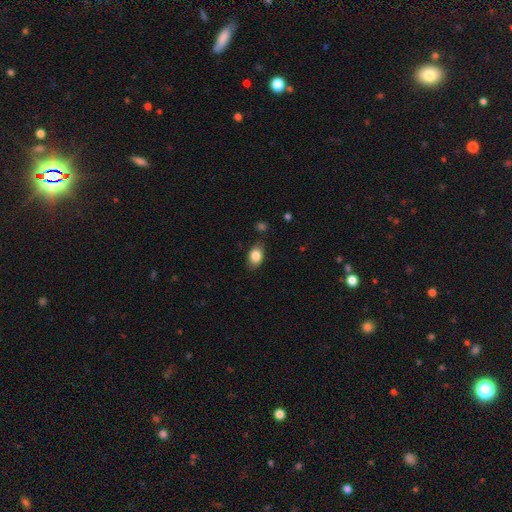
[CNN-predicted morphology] This appears to be a smooth galaxy with no disk features (84%) that is in between round and cigar-shaped (80%). Merging: none (80%).